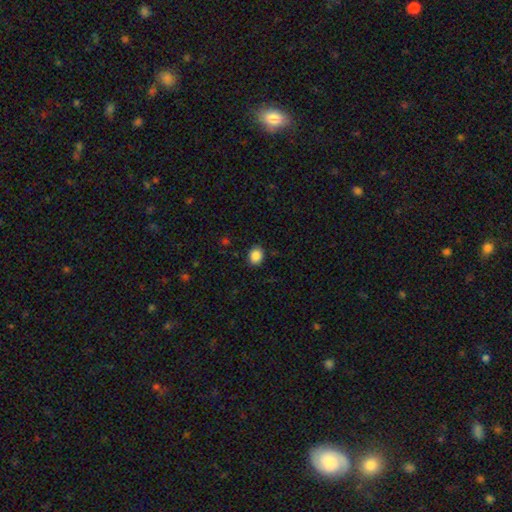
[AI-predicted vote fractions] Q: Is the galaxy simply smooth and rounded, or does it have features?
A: smooth — 87%.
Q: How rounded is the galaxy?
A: round — 55%.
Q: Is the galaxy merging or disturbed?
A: none — 88%.